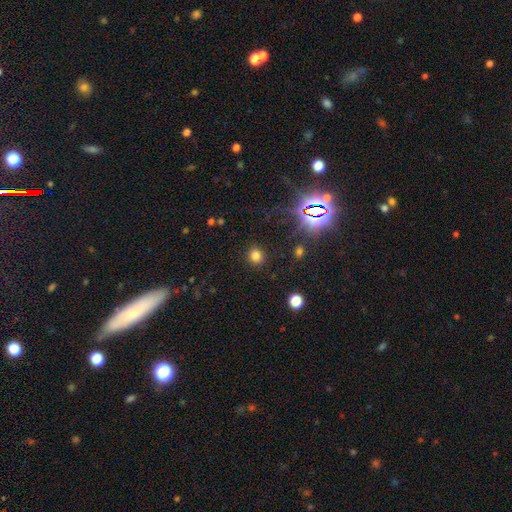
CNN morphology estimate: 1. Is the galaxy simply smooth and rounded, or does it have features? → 76% smooth, 19% star or artifact, 5% featured or disk.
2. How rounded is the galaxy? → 82% round, 17% in between, 1% cigar-shaped.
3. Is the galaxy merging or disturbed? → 88% none, 7% minor disturbance, 3% major disturbance, 2% merger.